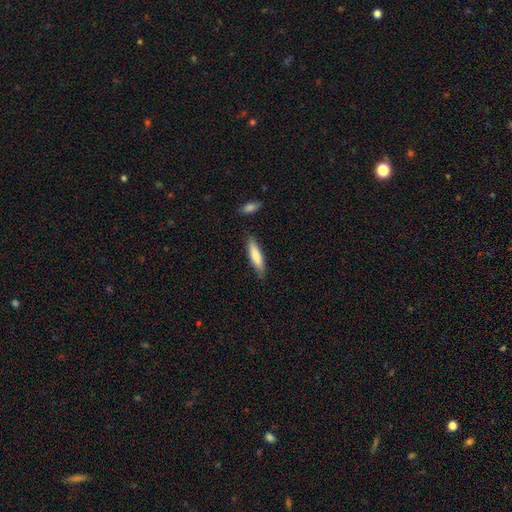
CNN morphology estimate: This is likely a smooth galaxy (76%). How rounded: likely cigar-shaped (73%). Merging: clearly none (81%).